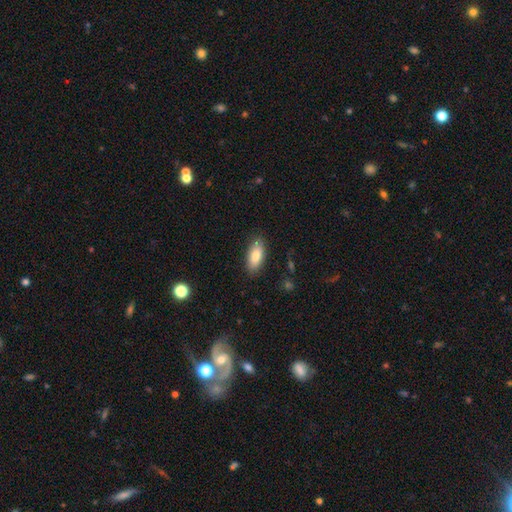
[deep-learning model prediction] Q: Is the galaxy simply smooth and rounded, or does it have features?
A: smooth — 81%.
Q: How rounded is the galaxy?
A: in between — 87%.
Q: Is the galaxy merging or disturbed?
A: none — 84%.